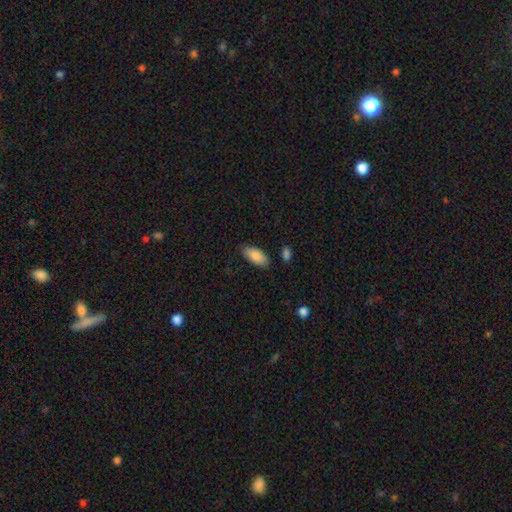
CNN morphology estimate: Overall: smooth (87%). How rounded: in between (88%). Merging: none (82%).